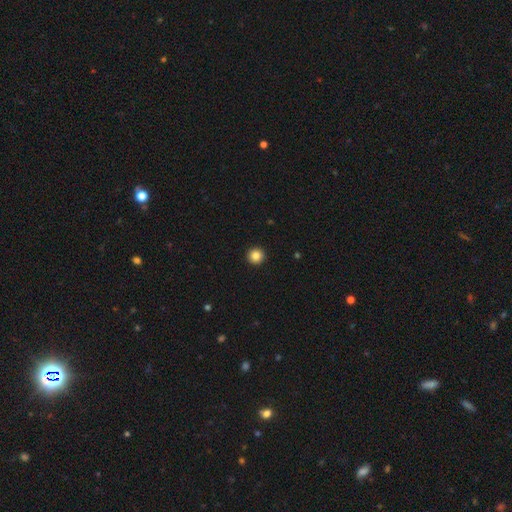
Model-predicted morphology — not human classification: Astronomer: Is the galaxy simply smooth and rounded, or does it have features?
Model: smooth — 85%.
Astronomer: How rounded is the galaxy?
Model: round — 96%.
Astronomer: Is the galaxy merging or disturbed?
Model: none — 94%.